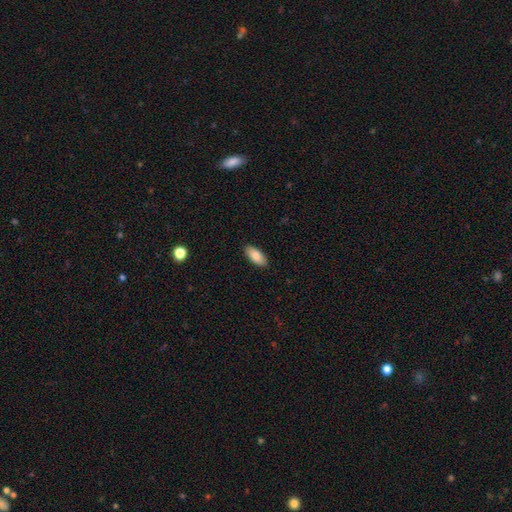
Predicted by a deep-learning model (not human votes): The model was most divided on "smooth or featured": smooth: 85%, featured or disk: 9%, star or artifact: 6%. More confident: merging — none (90%); how rounded — in between (88%).